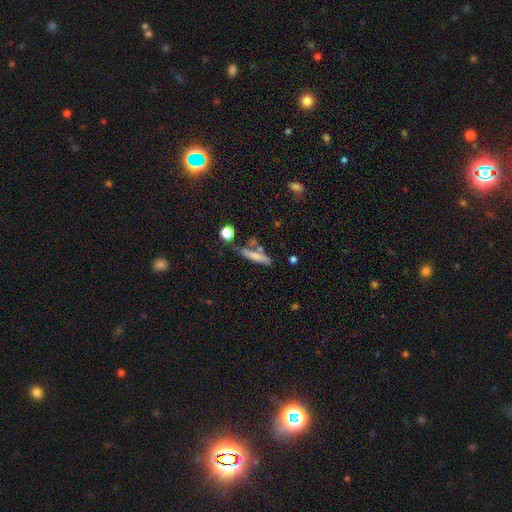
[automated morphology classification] A smooth galaxy with no disk features (69%) that is cigar-shaped (79%). Merging: none (62%).